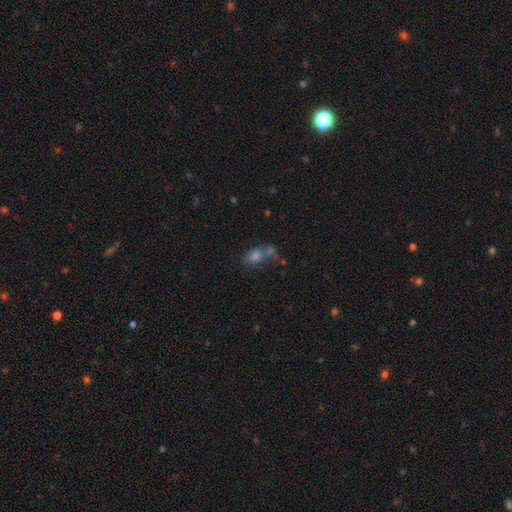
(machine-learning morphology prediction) A smooth galaxy with no disk features (68%) that is in between round and cigar-shaped (73%). Merging: merger (39%).